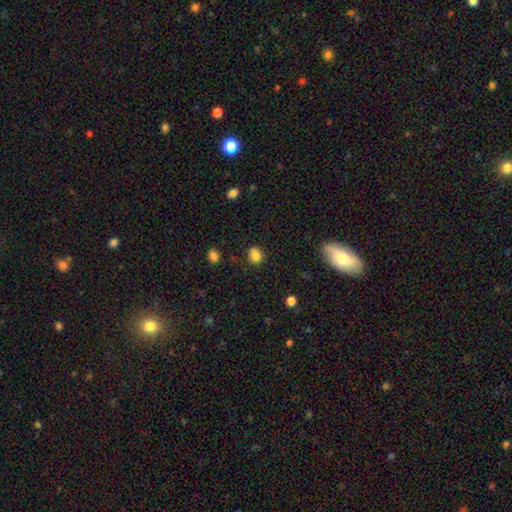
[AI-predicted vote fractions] Smooth or featured? Predicted: smooth (p=0.81). How rounded? Predicted: round (p=0.74). Merging? Predicted: none (p=0.72).